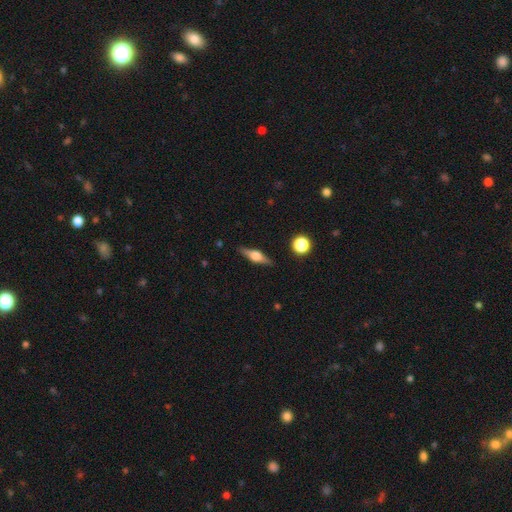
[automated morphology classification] smooth_or_featured: featured or disk (p=0.67) [alt: smooth p=0.26]
disk_edge_on: yes (p=0.96) [alt: no p=0.04]
edge_on_bulge: rounded (p=0.91) [alt: boxy p=0.07]
merging: none (p=0.88) [alt: minor disturbance p=0.08]